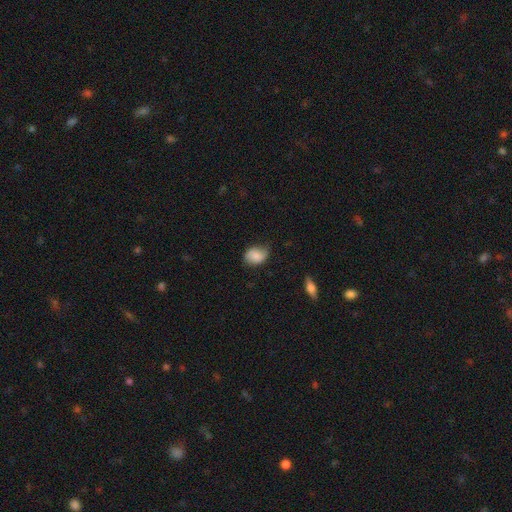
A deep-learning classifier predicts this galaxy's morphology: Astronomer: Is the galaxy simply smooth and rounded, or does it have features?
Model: smooth — 77%.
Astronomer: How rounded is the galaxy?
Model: in between — 67%.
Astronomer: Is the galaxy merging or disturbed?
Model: none — 63%.